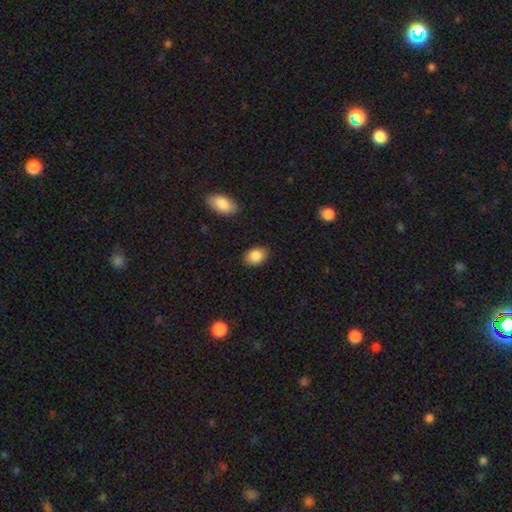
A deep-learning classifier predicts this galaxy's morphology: Smooth or featured? Predicted: smooth (p=0.86). How rounded? Predicted: in between (p=0.79). Merging? Predicted: none (p=0.87).